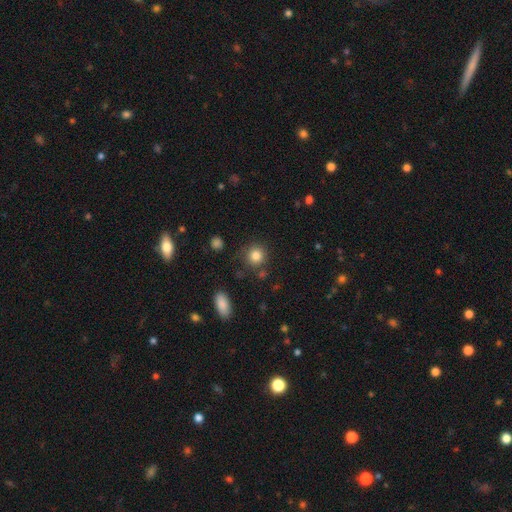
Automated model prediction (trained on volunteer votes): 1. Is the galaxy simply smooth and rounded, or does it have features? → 84% smooth, 11% star or artifact, 6% featured or disk.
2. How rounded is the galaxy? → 89% round, 10% in between, 1% cigar-shaped.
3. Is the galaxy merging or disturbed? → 81% none, 11% minor disturbance, 5% merger, 4% major disturbance.